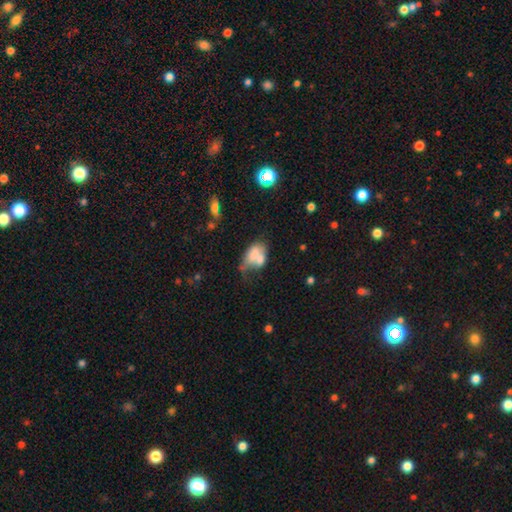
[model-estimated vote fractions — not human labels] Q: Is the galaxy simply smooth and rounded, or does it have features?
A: smooth — 61%.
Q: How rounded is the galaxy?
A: in between — 84%.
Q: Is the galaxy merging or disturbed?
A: merger — 45%.